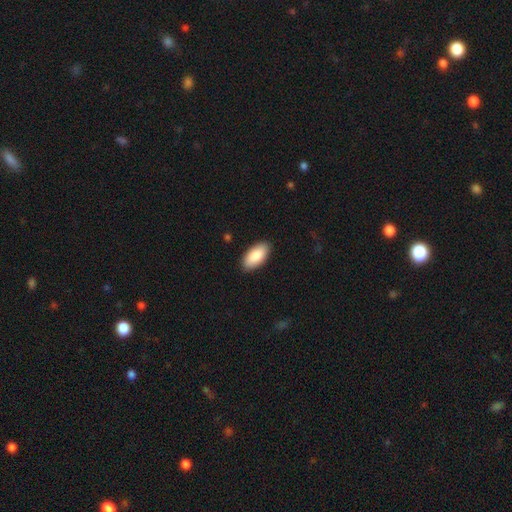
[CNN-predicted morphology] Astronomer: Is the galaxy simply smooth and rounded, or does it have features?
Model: smooth — 88%.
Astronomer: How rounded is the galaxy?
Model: in between — 94%.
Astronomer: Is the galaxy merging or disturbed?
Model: none — 89%.